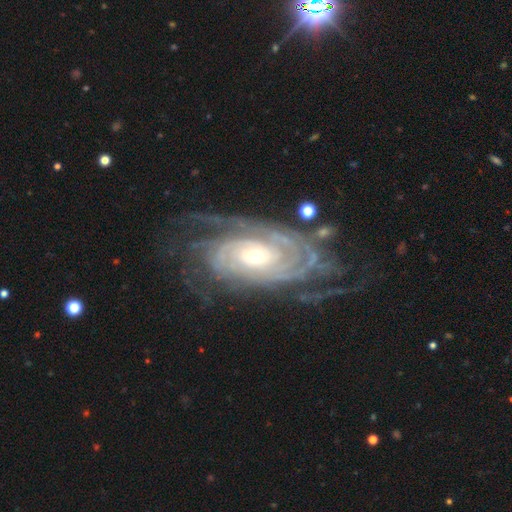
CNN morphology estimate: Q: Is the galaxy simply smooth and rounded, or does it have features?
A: featured or disk — 91%.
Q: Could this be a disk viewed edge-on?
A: no — 95%.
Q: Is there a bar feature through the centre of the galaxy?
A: no — 66%.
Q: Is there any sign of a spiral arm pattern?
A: yes — 98%.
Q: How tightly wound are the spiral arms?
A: tight — 79%.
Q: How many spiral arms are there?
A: can't tell — 24%.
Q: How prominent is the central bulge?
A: moderate — 55%.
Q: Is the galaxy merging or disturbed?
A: none — 67%.